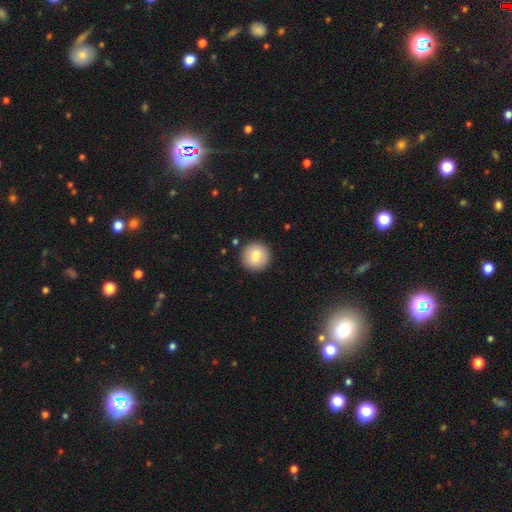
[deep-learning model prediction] This appears to be a smooth galaxy with no disk features (78%) that is round (94%). Merging: none (91%).